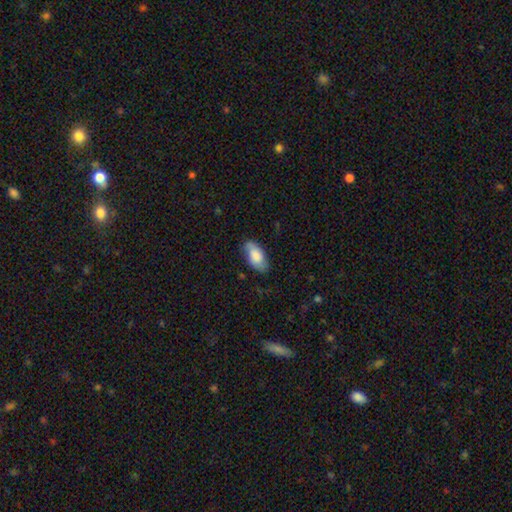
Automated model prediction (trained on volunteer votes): Smooth or featured?
  - smooth: 79% *
  - featured or disk: 15%
  - star or artifact: 6%
How rounded?
  - in between: 92% *
  - cigar-shaped: 5%
  - round: 2%
Merging?
  - none: 76% *
  - minor disturbance: 19%
  - major disturbance: 4%
  - merger: 1%